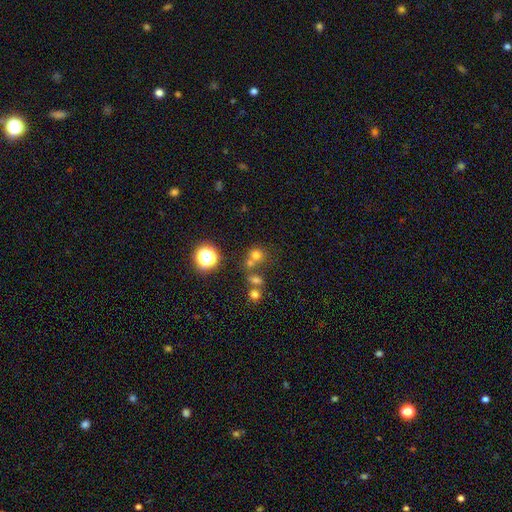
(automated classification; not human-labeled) A smooth galaxy with no disk features (66%) that is round (83%).

Vote fractions:
- Smooth or featured? smooth: 66% / star or artifact: 24% / featured or disk: 10%
- How rounded? round: 83% / in between: 16% / cigar-shaped: 1%
- Merging? none: 55% / merger: 31% / minor disturbance: 9% / major disturbance: 5%